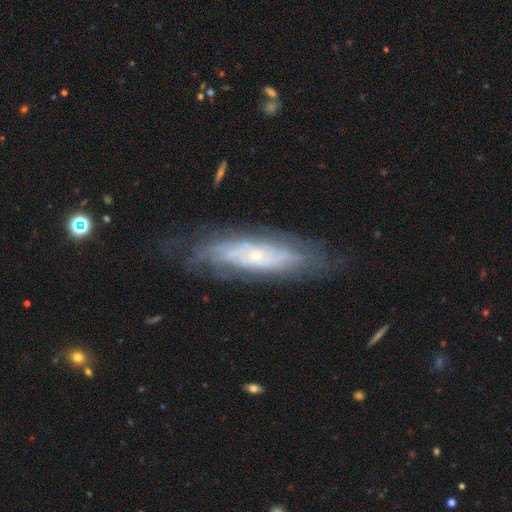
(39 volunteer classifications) Morphology: type=featured or disk (77%); edge-on=no (90%); bar=no (85%); spiral arms=yes (74%); winding=tight (55%); arm count=can't tell (80%); bulge=small (59%); merging=none (79%).